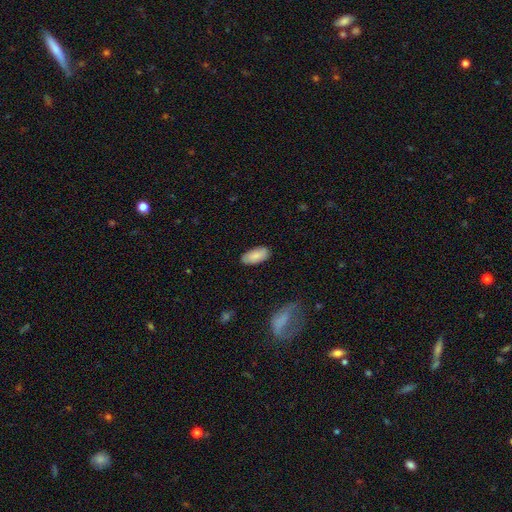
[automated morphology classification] Smooth or featured: smooth — 83% (featured or disk — 11%)
How rounded: in between — 93% (cigar-shaped — 5%)
Merging: none — 85% (minor disturbance — 12%)